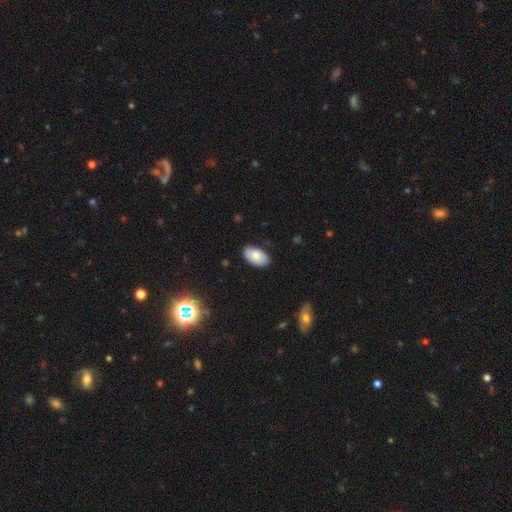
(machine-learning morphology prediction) smooth-or-featured: smooth: 79% | featured or disk: 13% | star or artifact: 7%
  how-rounded: in between: 95% | round: 4% | cigar-shaped: 1%
  merging: none: 82% | minor disturbance: 14% | major disturbance: 2% | merger: 1%